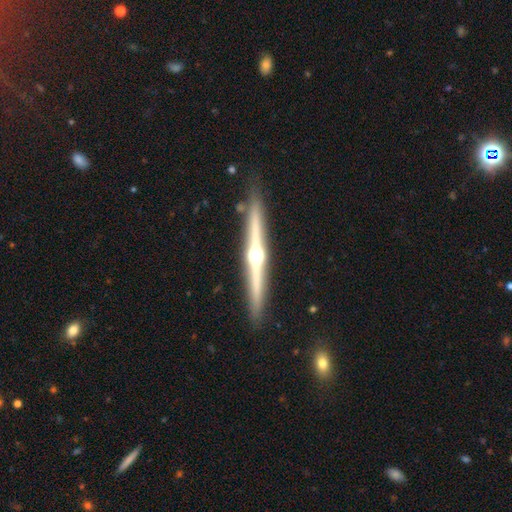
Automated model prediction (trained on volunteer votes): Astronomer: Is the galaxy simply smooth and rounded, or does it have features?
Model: featured or disk — 81%.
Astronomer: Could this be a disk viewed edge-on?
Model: yes — 98%.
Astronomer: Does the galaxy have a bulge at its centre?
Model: rounded — 94%.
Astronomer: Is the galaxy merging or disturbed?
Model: none — 89%.